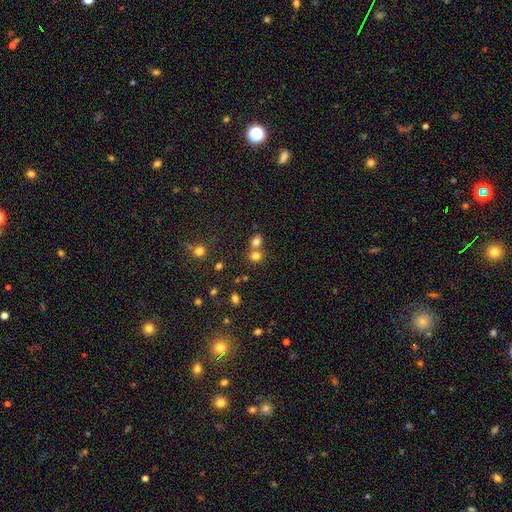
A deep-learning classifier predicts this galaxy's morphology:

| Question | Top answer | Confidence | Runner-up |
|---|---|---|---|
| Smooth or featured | smooth | 76% | star or artifact (16%) |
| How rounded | round | 72% | in between (27%) |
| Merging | none | 46% | merger (44%) |